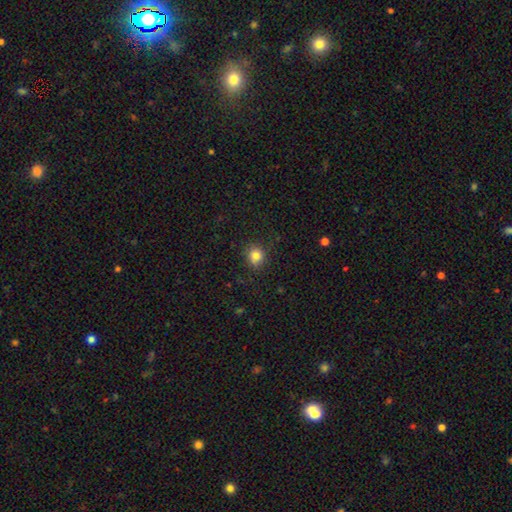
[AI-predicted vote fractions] A smooth galaxy with no disk features (82%) that is round (80%).

Vote fractions:
- Smooth or featured? smooth: 82% / star or artifact: 12% / featured or disk: 6%
- How rounded? round: 80% / in between: 19% / cigar-shaped: 1%
- Merging? none: 82% / minor disturbance: 13% / major disturbance: 3% / merger: 2%